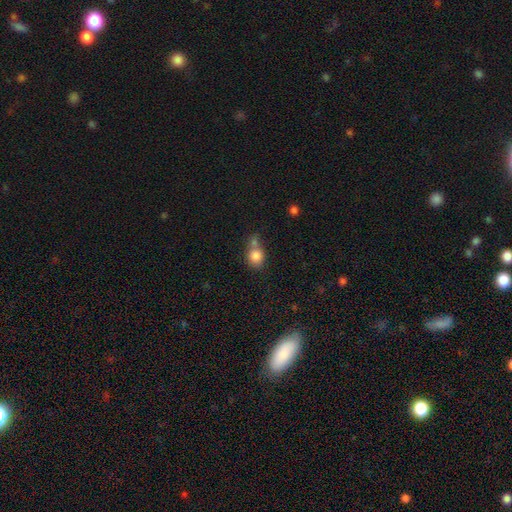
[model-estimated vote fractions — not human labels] Morphology: type=smooth (82%); roundness=round (71%); merging=none (42%).